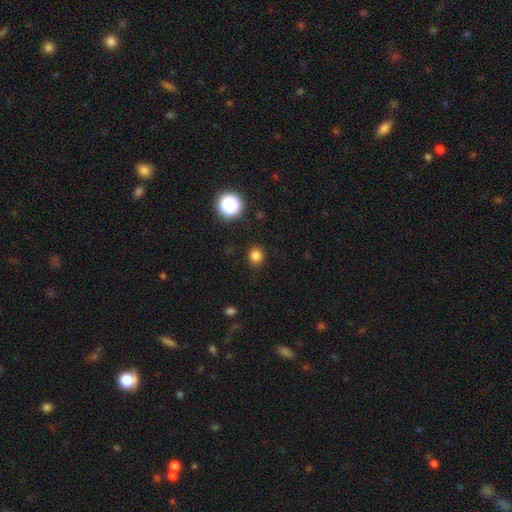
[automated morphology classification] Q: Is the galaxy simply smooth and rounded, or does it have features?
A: smooth — 81%.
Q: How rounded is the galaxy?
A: round — 80%.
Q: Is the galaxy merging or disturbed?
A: none — 89%.